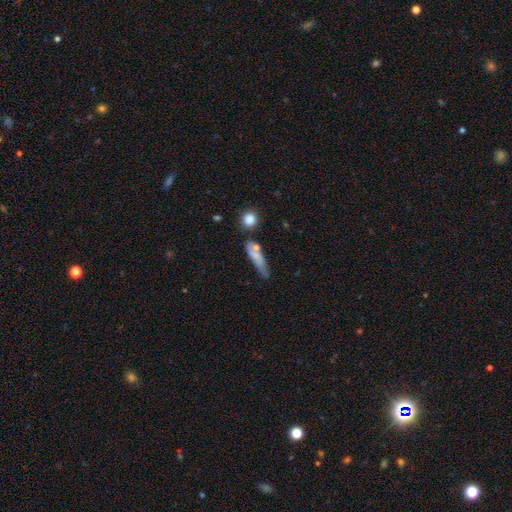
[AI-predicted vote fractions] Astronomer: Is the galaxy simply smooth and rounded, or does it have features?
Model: smooth — 69%.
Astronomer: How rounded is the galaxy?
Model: cigar-shaped — 59% (runner-up: in between, 36%).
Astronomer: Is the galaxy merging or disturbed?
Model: none — 42% (runner-up: minor disturbance, 28%).